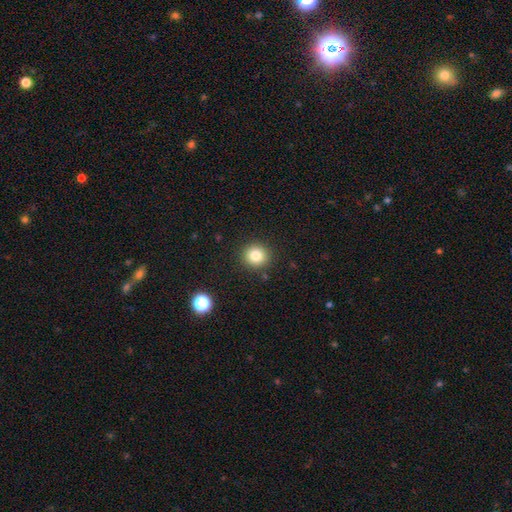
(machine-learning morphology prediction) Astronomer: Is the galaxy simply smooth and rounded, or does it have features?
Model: smooth — 82%.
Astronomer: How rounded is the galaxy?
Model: round — 92%.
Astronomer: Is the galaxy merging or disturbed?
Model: none — 90%.